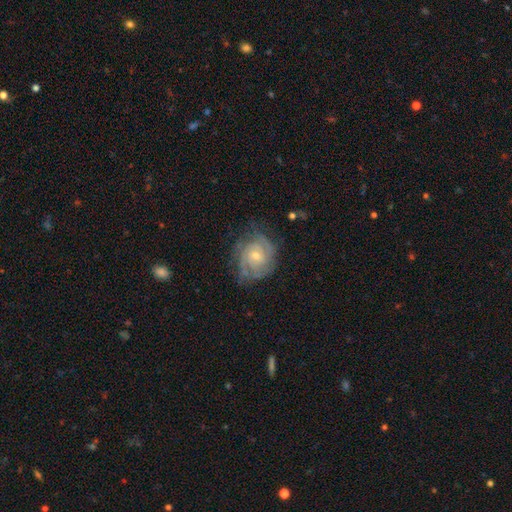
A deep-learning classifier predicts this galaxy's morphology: Q: Smooth or featured?
A: featured or disk (79%); runner-up: smooth (13%)
Q: Edge-on disk?
A: no (97%); runner-up: yes (3%)
Q: Bar?
A: no (71%); runner-up: weak (24%)
Q: Spiral arms?
A: yes (93%); runner-up: no (7%)
Q: Spiral winding?
A: tight (65%); runner-up: medium (28%)
Q: Spiral arm count?
A: can't tell (36%); runner-up: 2 (22%)
Q: Bulge size?
A: small (57%); runner-up: moderate (39%)
Q: Merging?
A: none (70%); runner-up: minor disturbance (20%)